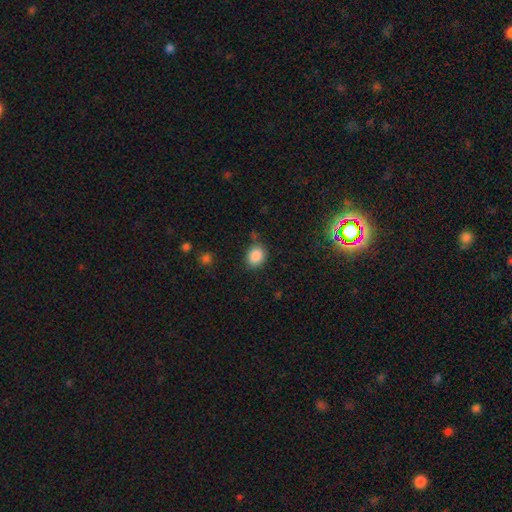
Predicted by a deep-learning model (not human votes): smooth-or-featured: smooth: 87% | star or artifact: 9% | featured or disk: 4%
  how-rounded: round: 60% | in between: 39% | cigar-shaped: 1%
  merging: none: 75% | minor disturbance: 17% | major disturbance: 5% | merger: 4%